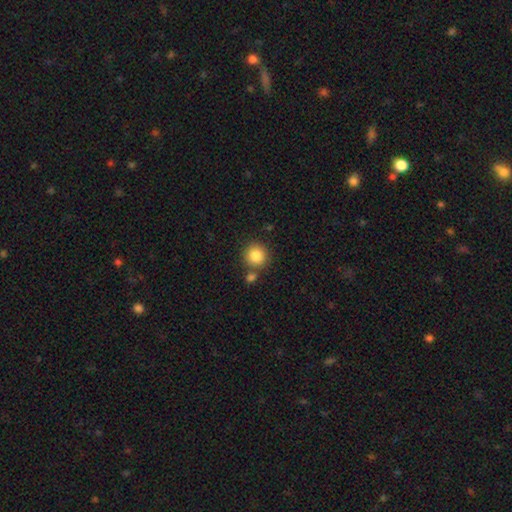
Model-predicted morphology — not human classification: A smooth galaxy with no disk features (85%) that is round (92%).

Vote fractions:
- Smooth or featured? smooth: 85% / star or artifact: 9% / featured or disk: 6%
- How rounded? round: 92% / in between: 7% / cigar-shaped: 1%
- Merging? none: 75% / merger: 14% / minor disturbance: 9% / major disturbance: 3%